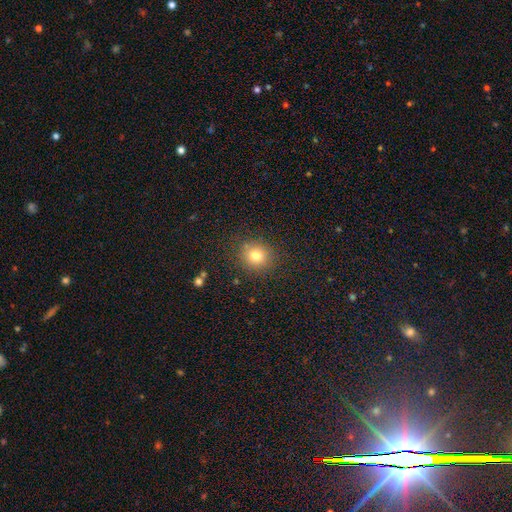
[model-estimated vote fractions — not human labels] A smooth galaxy with no disk features (79%) that is round (86%). Merging: none (86%).